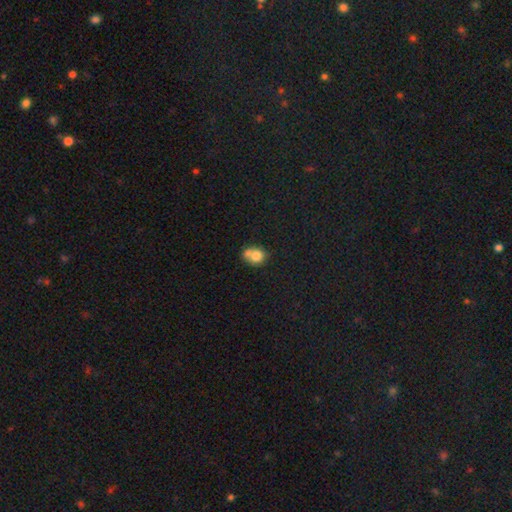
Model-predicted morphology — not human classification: This is likely a smooth galaxy (75%). How rounded: likely round (70%). Merging: marginally merger (43%).